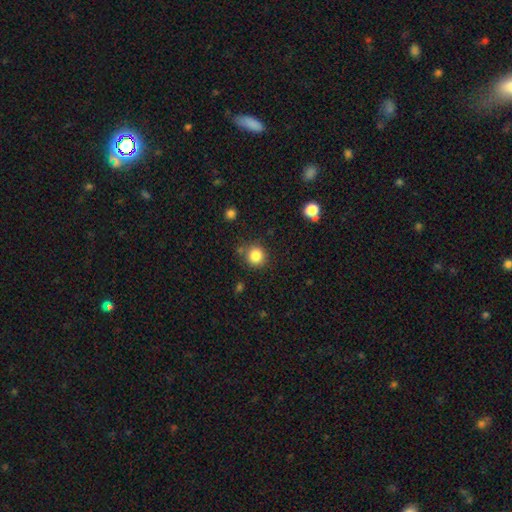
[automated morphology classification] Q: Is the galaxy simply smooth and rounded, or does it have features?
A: smooth — 84%.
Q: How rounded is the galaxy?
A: round — 91%.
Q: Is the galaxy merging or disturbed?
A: none — 80%.